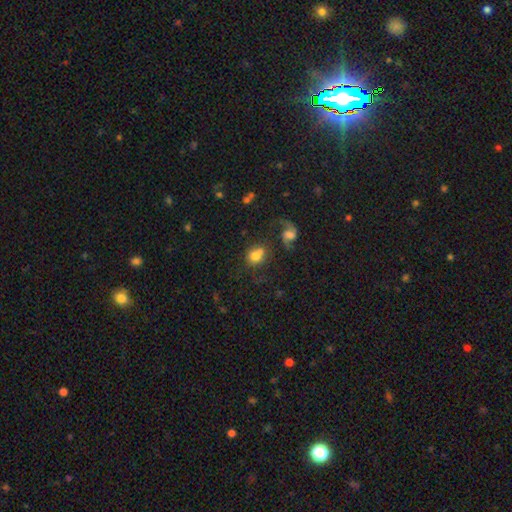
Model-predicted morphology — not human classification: A smooth galaxy with no disk features (67%) that is round (62%). Merging: none (42%).